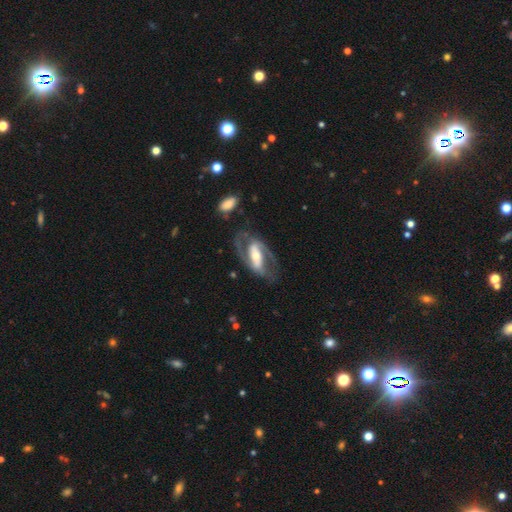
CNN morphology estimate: Overall: featured or disk (84%). Edge-on disk: no (93%). Bar: strong (62%; weak 23%). Spiral arms: yes (88%). Spiral arm count: 2 (88%). Spiral winding: medium (52%; tight 26%). Bulge size: moderate (53%; small 34%). Merging: none (70%).